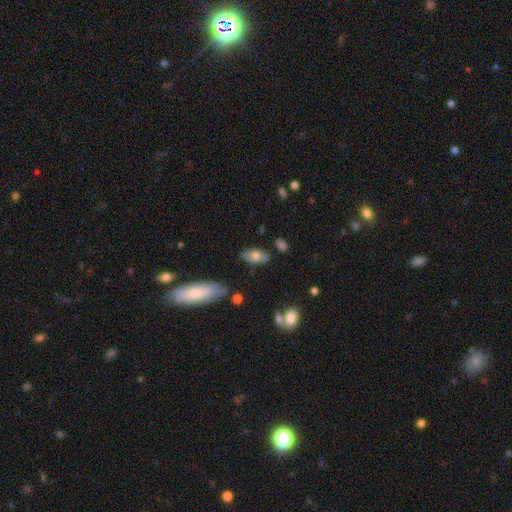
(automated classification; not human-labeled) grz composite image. It shows a smooth galaxy with no disk features (63%) that is in between round and cigar-shaped (89%). Merging: none (75%).